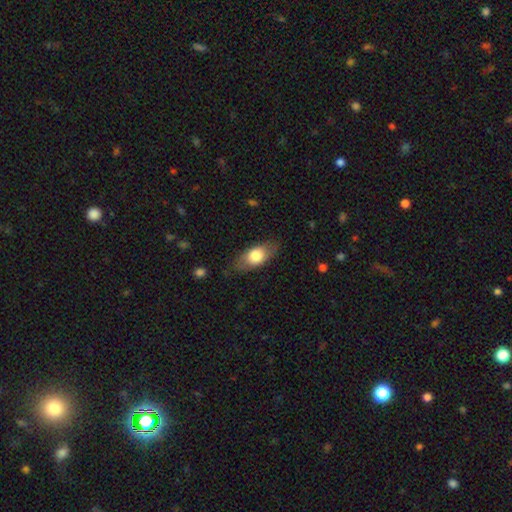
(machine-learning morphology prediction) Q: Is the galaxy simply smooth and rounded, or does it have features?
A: smooth — 71%.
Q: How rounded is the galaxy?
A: in between — 83%.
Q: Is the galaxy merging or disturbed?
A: none — 79%.